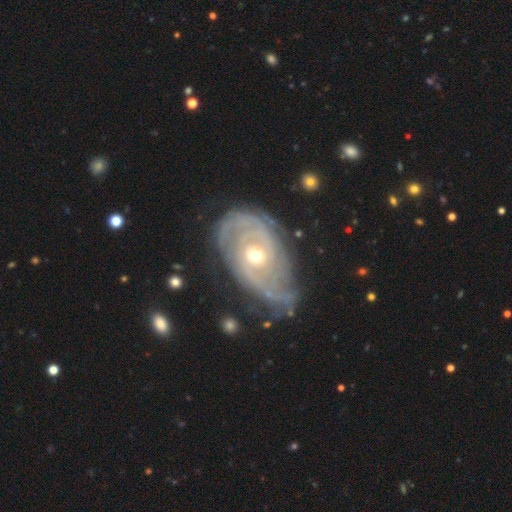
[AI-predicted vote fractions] The model was most divided on "bulge size": moderate: 52%, small: 44%, large: 2%, dominant: 1%, none: 1%. Remaining: edge-on disk — no (95%); spiral arms — yes (88%); smooth or featured — featured or disk (84%); bar — no (77%); spiral winding — tight (73%); merging — none (63%); spiral arm count — can't tell (40%).